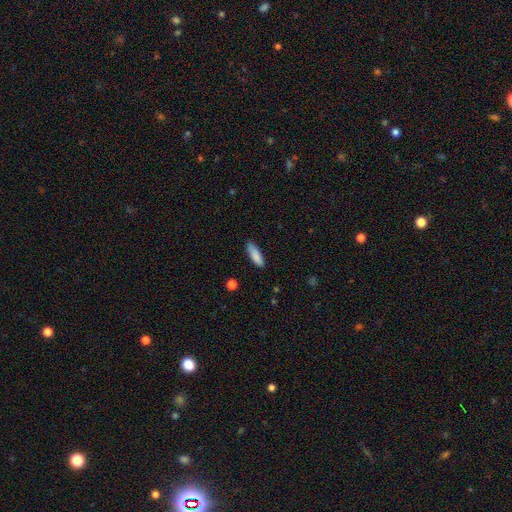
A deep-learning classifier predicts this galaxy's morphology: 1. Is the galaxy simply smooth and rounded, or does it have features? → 88% smooth, 6% featured or disk, 6% star or artifact.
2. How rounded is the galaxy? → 51% in between, 47% cigar-shaped, 2% round.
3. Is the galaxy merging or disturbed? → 84% none, 12% minor disturbance, 2% major disturbance, 1% merger.